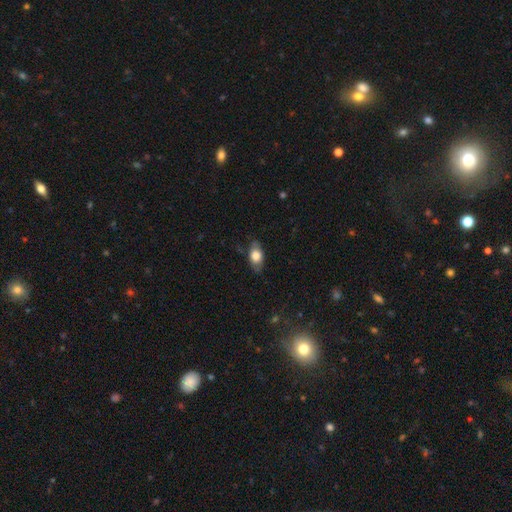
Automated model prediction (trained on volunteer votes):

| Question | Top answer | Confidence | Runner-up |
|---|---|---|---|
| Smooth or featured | smooth | 71% | featured or disk (22%) |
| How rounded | in between | 85% | round (9%) |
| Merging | none | 78% | minor disturbance (17%) |